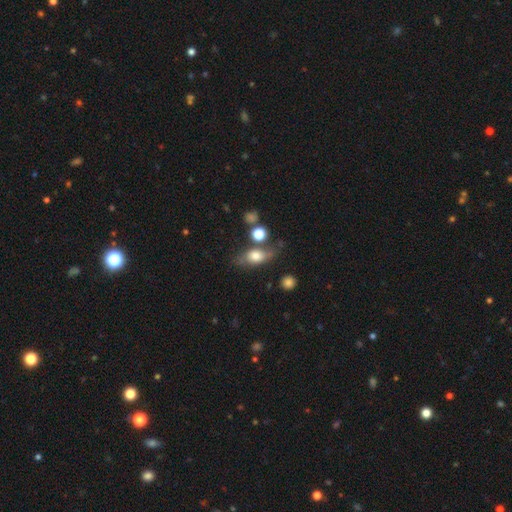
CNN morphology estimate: Smooth or featured?
  - smooth: 64% *
  - featured or disk: 26%
  - star or artifact: 9%
How rounded?
  - in between: 70% *
  - round: 18%
  - cigar-shaped: 12%
Merging?
  - none: 58% *
  - minor disturbance: 21%
  - merger: 11%
  - major disturbance: 10%